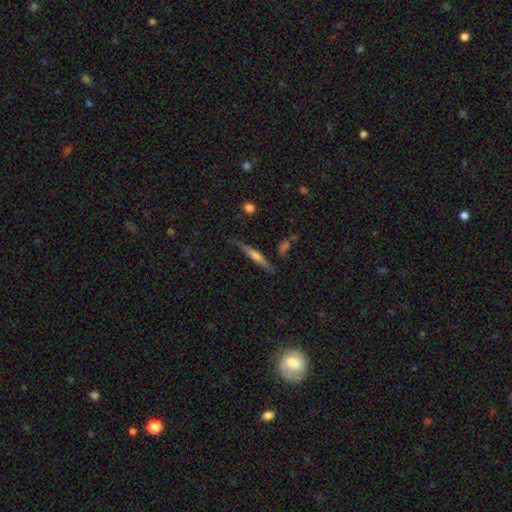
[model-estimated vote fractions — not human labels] A featured or disk galaxy (50%). Merging: none (79%).